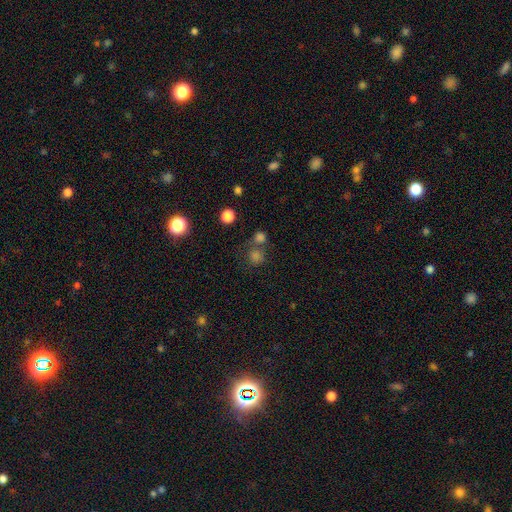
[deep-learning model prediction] A smooth galaxy with no disk features (69%) that is round (89%). Merging: none (59%).